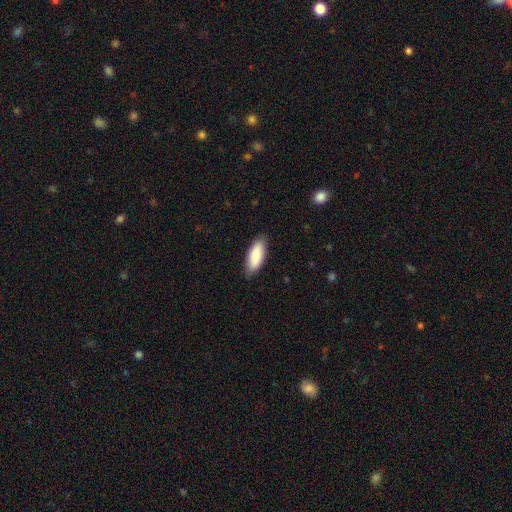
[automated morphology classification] Q: Smooth or featured?
A: smooth (86%); runner-up: featured or disk (9%)
Q: How rounded?
A: in between (77%); runner-up: cigar-shaped (21%)
Q: Merging?
A: none (84%); runner-up: minor disturbance (13%)